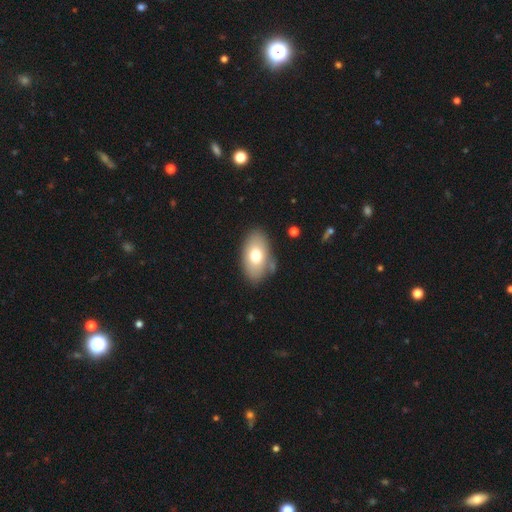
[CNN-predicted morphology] smooth-or-featured: smooth: 72% | featured or disk: 21% | star or artifact: 8%
  how-rounded: in between: 92% | round: 7% | cigar-shaped: 2%
  merging: none: 79% | minor disturbance: 14% | major disturbance: 4% | merger: 3%